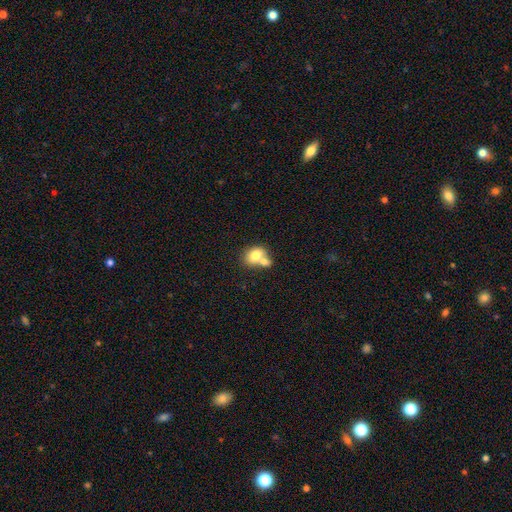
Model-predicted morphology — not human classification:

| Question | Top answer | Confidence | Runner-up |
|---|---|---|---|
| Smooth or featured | smooth | 74% | featured or disk (17%) |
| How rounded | in between | 59% | round (40%) |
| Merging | merger | 58% | none (29%) |